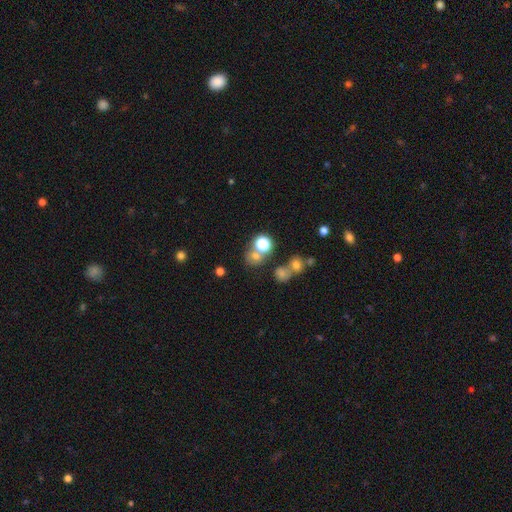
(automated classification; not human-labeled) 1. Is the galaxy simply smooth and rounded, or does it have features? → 62% smooth, 26% star or artifact, 12% featured or disk.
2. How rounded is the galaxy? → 78% round, 20% in between, 1% cigar-shaped.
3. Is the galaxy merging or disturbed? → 54% none, 31% merger, 9% minor disturbance, 6% major disturbance.